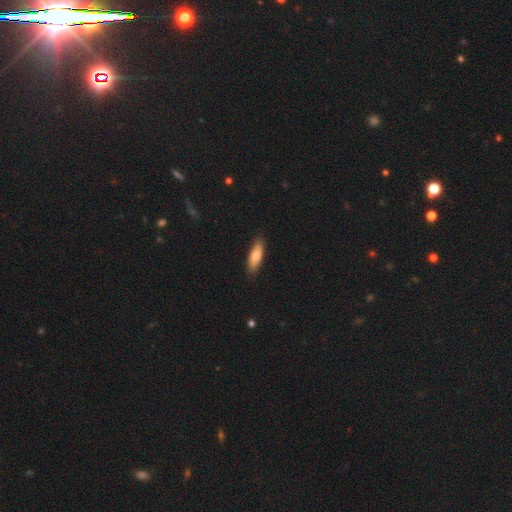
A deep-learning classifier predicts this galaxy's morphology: type=smooth (76%); roundness=in between (51%); merging=none (87%).